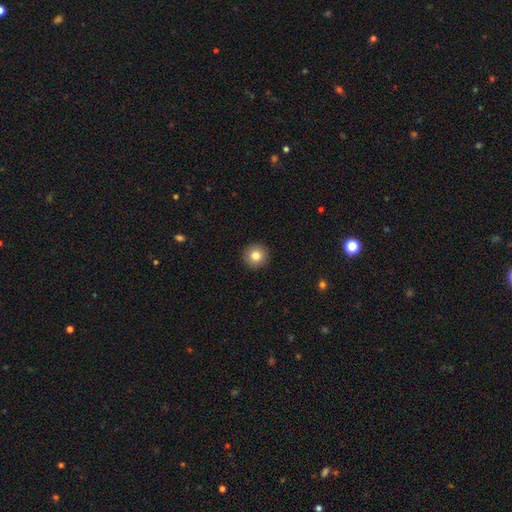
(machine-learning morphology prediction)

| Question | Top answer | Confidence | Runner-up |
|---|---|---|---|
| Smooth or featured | smooth | 82% | star or artifact (10%) |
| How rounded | round | 95% | in between (4%) |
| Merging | none | 93% | minor disturbance (4%) |